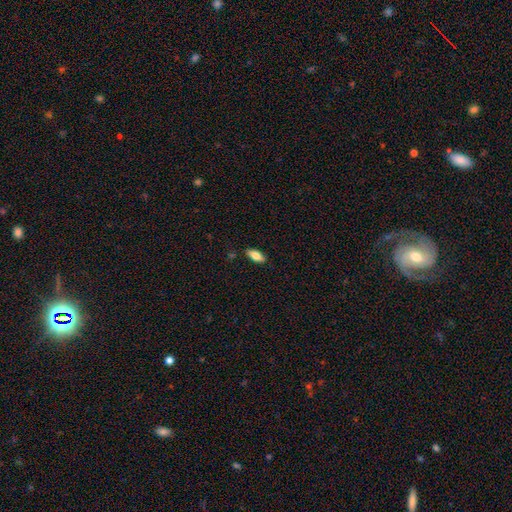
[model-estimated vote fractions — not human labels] Smooth or featured? smooth (75%)
How rounded? in between (81%)
Merging? none (85%)